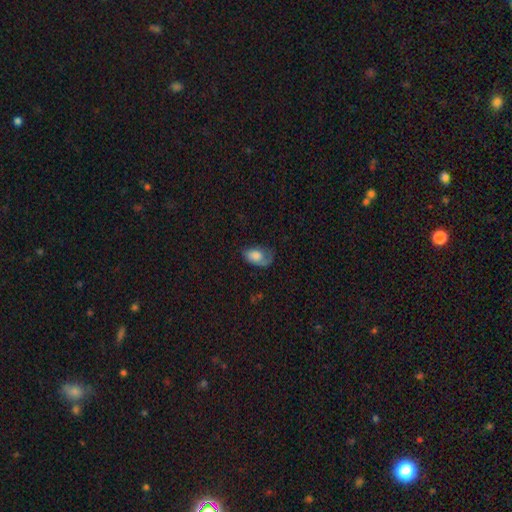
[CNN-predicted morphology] Smooth or featured: smooth — 66% (featured or disk — 26%)
How rounded: in between — 88% (round — 10%)
Merging: none — 38% (minor disturbance — 32%)